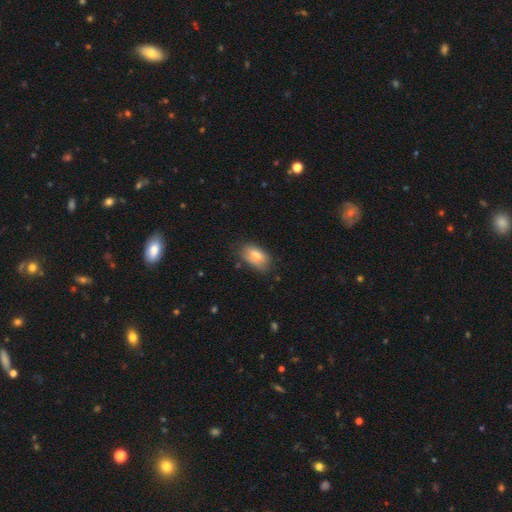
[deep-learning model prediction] Smooth or featured?
  - smooth: 76% *
  - featured or disk: 16%
  - star or artifact: 7%
How rounded?
  - in between: 92% *
  - round: 4%
  - cigar-shaped: 4%
Merging?
  - none: 68% *
  - minor disturbance: 25%
  - major disturbance: 5%
  - merger: 2%